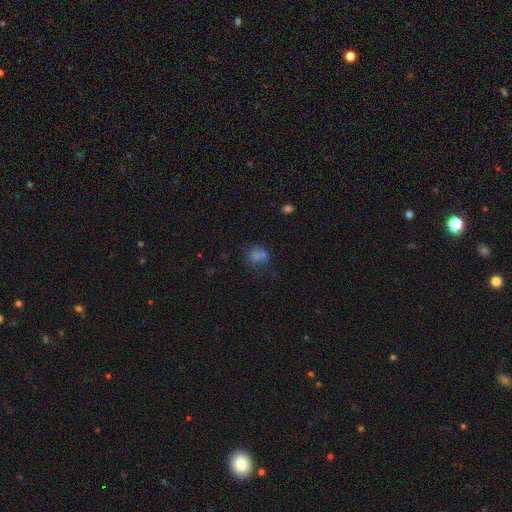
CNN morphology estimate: smooth_or_featured: smooth (p=0.65) [alt: star or artifact p=0.24]
how_rounded: round (p=0.73) [alt: in between p=0.26]
merging: none (p=0.56) [alt: merger p=0.21]